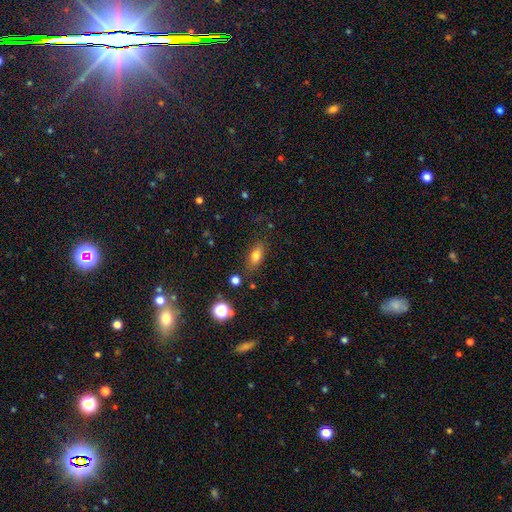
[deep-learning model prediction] smooth-or-featured: smooth: 76% | featured or disk: 13% | star or artifact: 11%
  how-rounded: in between: 79% | cigar-shaped: 12% | round: 9%
  merging: none: 79% | minor disturbance: 14% | major disturbance: 4% | merger: 3%